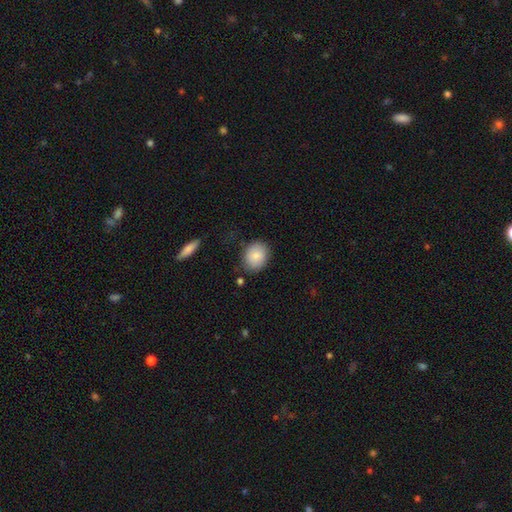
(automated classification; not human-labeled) Smooth or featured? smooth (86%)
How rounded? round (53%)
Merging? none (78%)